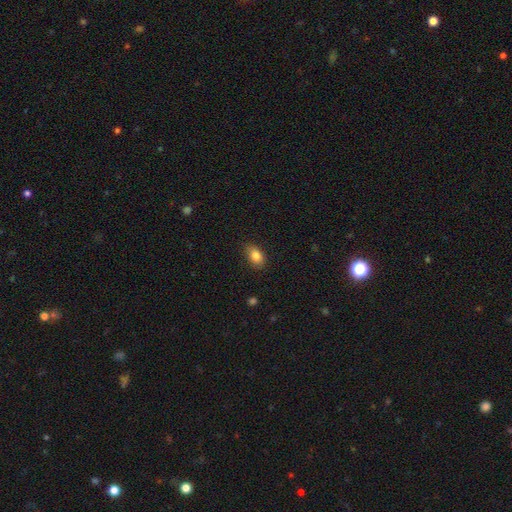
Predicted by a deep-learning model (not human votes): The model was most divided on "merging": none: 82%, minor disturbance: 15%, major disturbance: 3%, merger: 1%. More confident: how rounded — in between (84%); smooth or featured — smooth (83%).